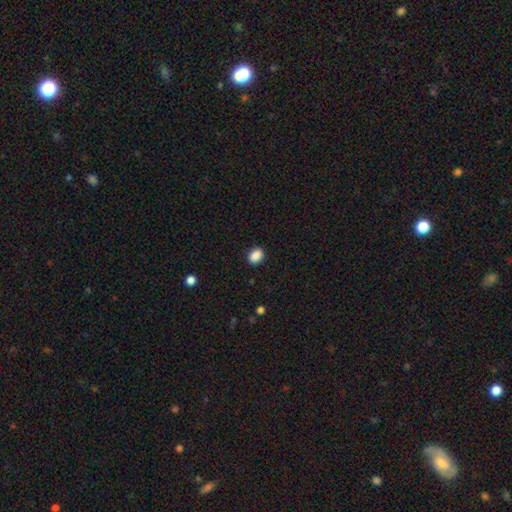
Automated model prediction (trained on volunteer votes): Smooth or featured?
  - smooth: 89% *
  - star or artifact: 8%
  - featured or disk: 3%
How rounded?
  - in between: 76% *
  - round: 23%
  - cigar-shaped: 1%
Merging?
  - none: 88% *
  - minor disturbance: 9%
  - major disturbance: 2%
  - merger: 1%